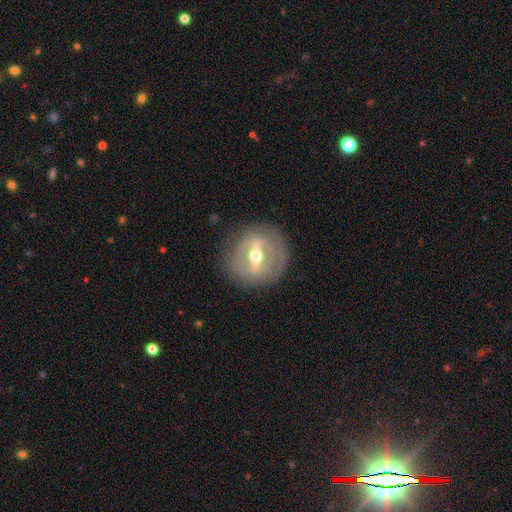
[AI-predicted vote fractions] This is clearly a featured or disk galaxy (81%). It is clearly not viewed edge-on (83%). Bar: likely strong (74%). Spiral arm pattern: likely no (64%). Central bulge: likely moderate (74%). Merging: clearly none (83%).